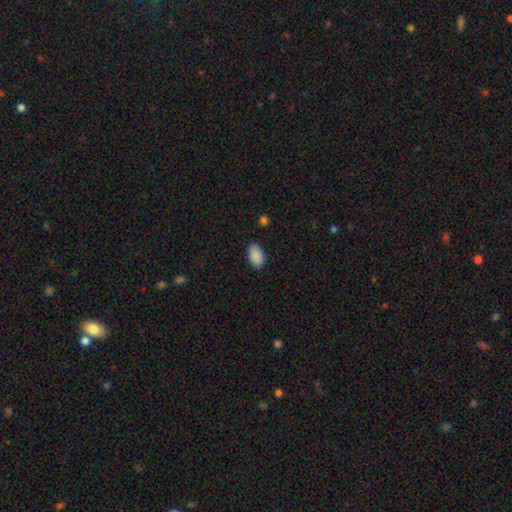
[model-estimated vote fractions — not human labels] A smooth galaxy with no disk features (90%) that is in between round and cigar-shaped (93%).

Vote fractions:
- Smooth or featured? smooth: 90% / star or artifact: 7% / featured or disk: 3%
- How rounded? in between: 93% / round: 5% / cigar-shaped: 2%
- Merging? none: 84% / minor disturbance: 12% / major disturbance: 2% / merger: 1%